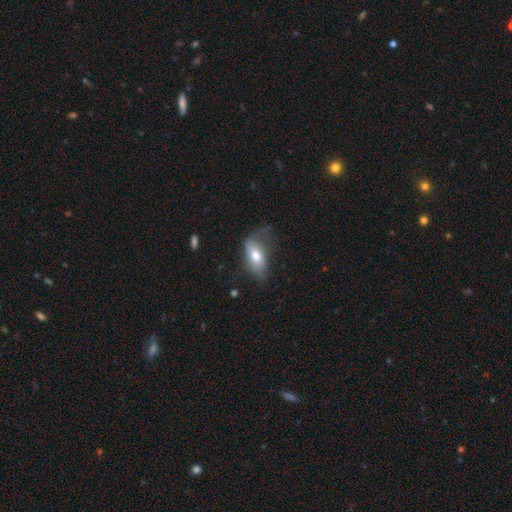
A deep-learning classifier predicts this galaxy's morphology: Smooth or featured? smooth (67%)
How rounded? in between (86%)
Merging? none (36%)